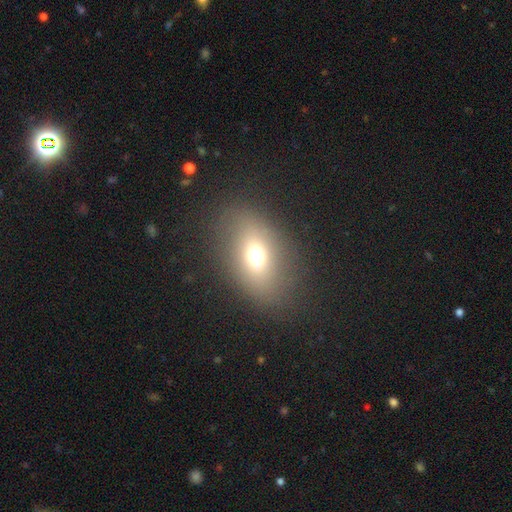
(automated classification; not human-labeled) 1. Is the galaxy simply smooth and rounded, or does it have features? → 64% smooth, 18% star or artifact, 18% featured or disk.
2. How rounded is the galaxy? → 68% in between, 30% round, 2% cigar-shaped.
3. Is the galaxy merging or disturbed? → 79% none, 11% minor disturbance, 8% major disturbance, 1% merger.